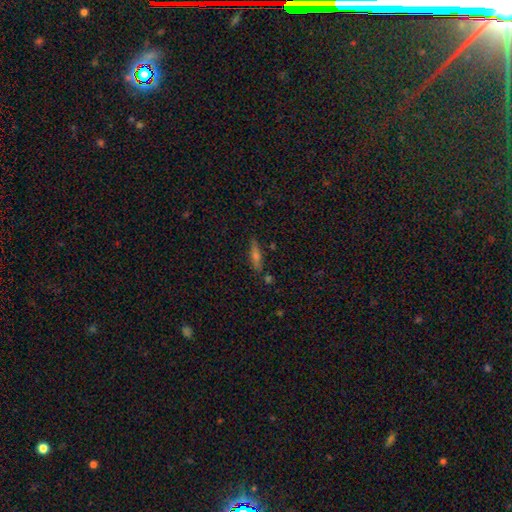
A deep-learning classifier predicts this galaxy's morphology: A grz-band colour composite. It shows a smooth galaxy with no disk features (46%). Merging: none (80%).